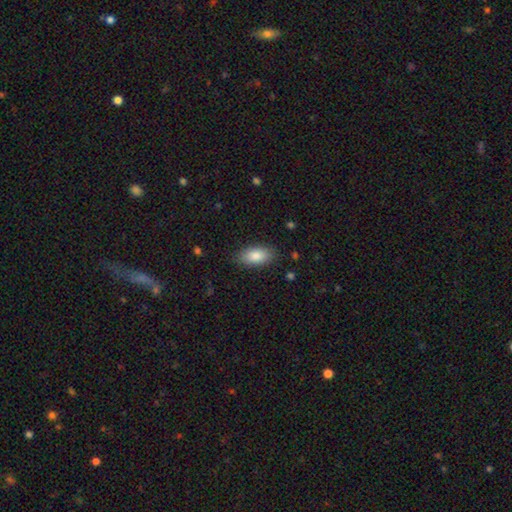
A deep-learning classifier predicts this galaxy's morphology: A smooth galaxy with no disk features (85%) that is in between round and cigar-shaped (91%).

Vote fractions:
- Smooth or featured? smooth: 85% / featured or disk: 8% / star or artifact: 7%
- How rounded? in between: 91% / cigar-shaped: 5% / round: 3%
- Merging? none: 85% / minor disturbance: 11% / major disturbance: 3% / merger: 1%